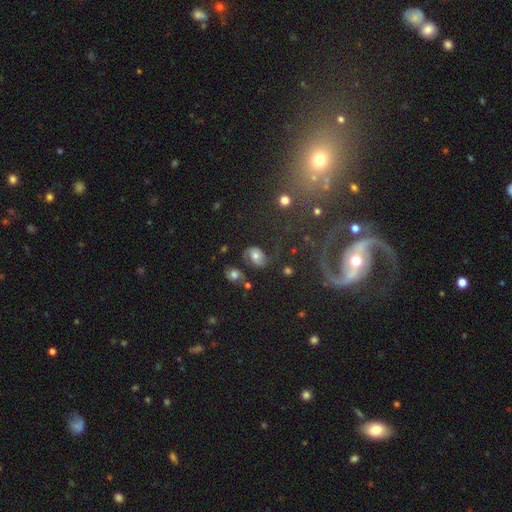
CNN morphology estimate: Overall: featured or disk (48%; smooth 40%). Merging: none (58%; minor disturbance 21%).